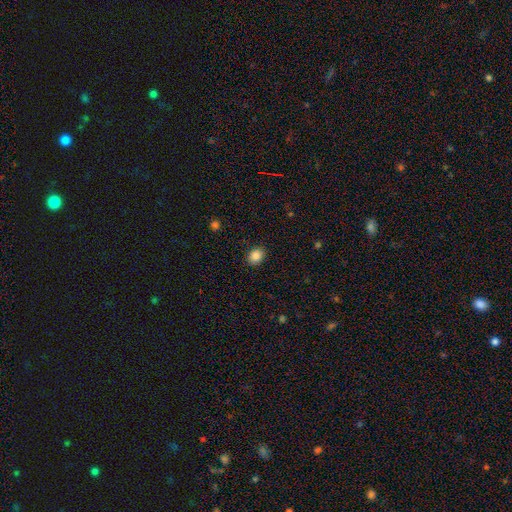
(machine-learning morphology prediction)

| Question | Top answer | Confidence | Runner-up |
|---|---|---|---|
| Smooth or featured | smooth | 86% | star or artifact (9%) |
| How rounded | round | 51% | in between (48%) |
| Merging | none | 89% | minor disturbance (7%) |